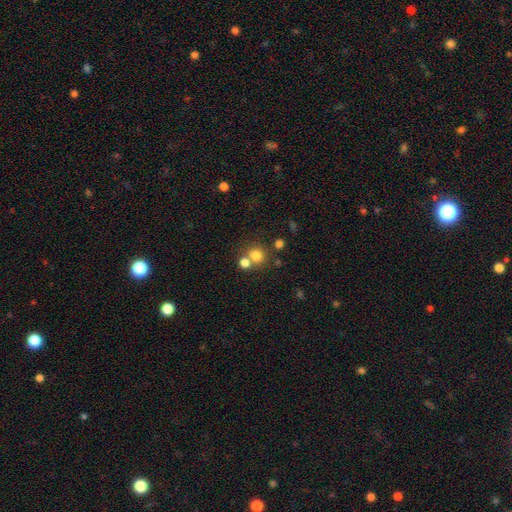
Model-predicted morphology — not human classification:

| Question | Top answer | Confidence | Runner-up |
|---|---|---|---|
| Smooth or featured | smooth | 77% | star or artifact (14%) |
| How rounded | round | 88% | in between (11%) |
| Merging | none | 60% | merger (30%) |